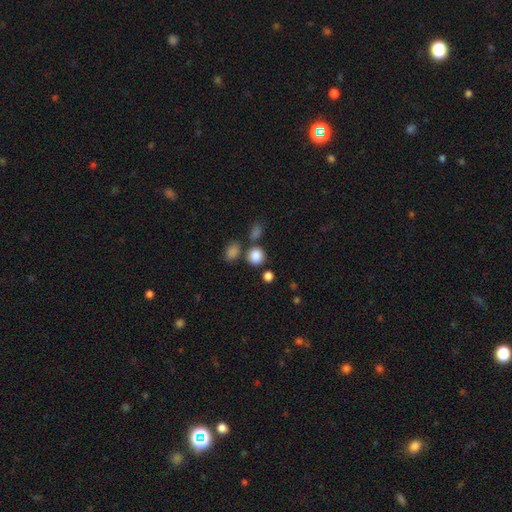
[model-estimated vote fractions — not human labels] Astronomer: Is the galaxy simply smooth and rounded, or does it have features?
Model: smooth — 84%.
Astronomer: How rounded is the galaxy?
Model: round — 77%.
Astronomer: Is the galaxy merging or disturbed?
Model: none — 69%.